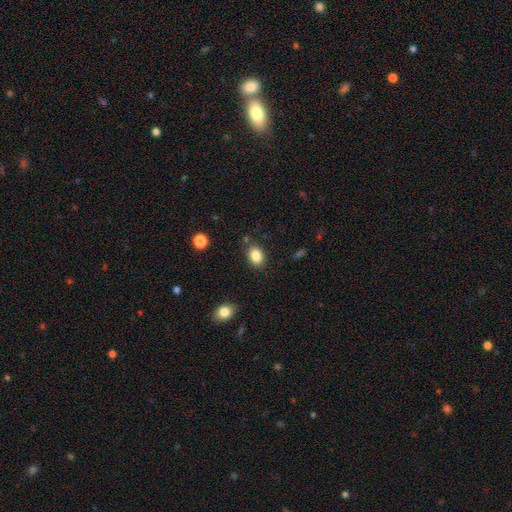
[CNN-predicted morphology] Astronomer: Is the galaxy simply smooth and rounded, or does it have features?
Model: smooth — 85%.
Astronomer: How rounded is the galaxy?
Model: in between — 74%.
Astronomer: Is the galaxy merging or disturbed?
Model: none — 83%.